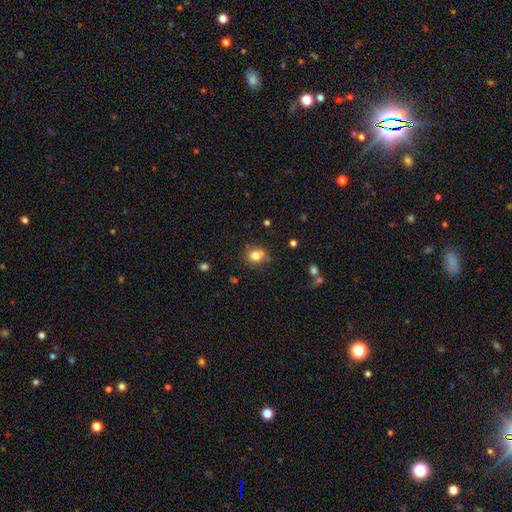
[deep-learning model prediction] This appears to be a smooth galaxy with no disk features (81%) that is round (74%). Merging: none (75%).